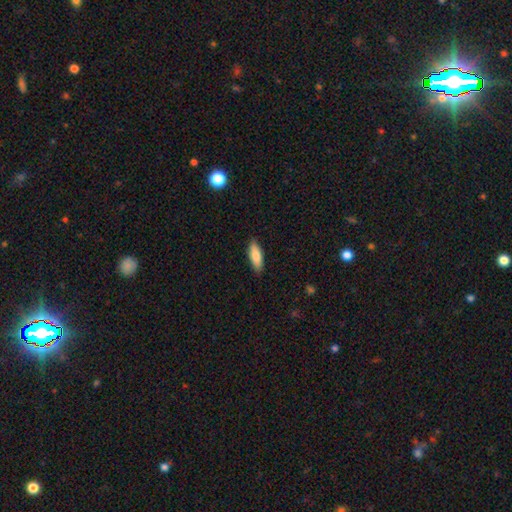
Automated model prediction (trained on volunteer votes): Smooth or featured: smooth — 81% (featured or disk — 13%)
How rounded: in between — 60% (cigar-shaped — 38%)
Merging: none — 88% (minor disturbance — 9%)